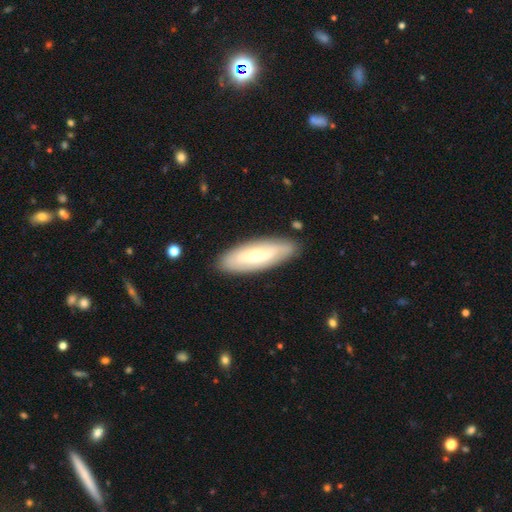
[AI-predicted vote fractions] The model was most divided on "smooth or featured": featured or disk: 52%, smooth: 42%, star or artifact: 6%. More confident: merging — none (84%); edge-on disk — no (74%).